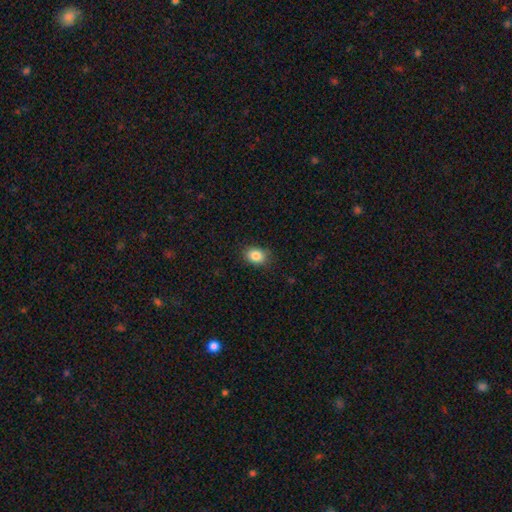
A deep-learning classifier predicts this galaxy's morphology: smooth-or-featured: smooth: 86% | star or artifact: 9% | featured or disk: 5%
  how-rounded: in between: 65% | round: 34% | cigar-shaped: 1%
  merging: none: 86% | minor disturbance: 10% | major disturbance: 2% | merger: 1%